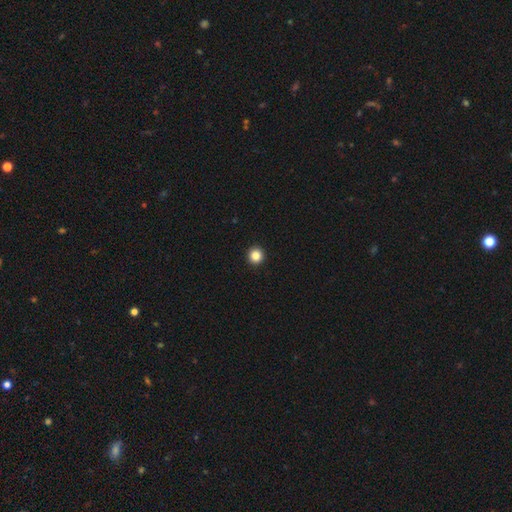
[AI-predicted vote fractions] Smooth or featured: smooth — 86% (star or artifact — 11%)
How rounded: round — 95% (in between — 4%)
Merging: none — 94% (minor disturbance — 3%)